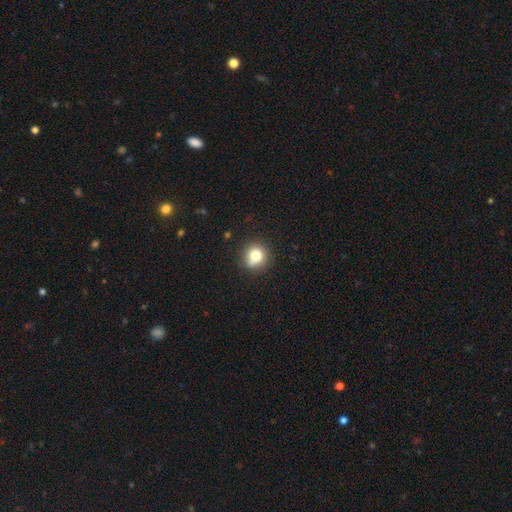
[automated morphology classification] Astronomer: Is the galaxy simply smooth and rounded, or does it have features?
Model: smooth — 78%.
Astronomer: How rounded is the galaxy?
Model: round — 87%.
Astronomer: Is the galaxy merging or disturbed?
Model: none — 77%.